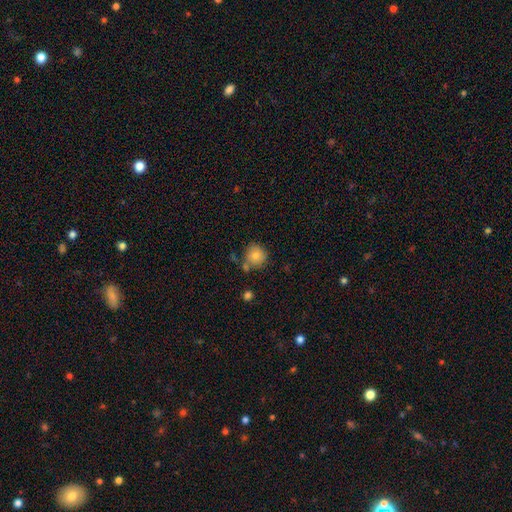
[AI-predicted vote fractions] A smooth galaxy with no disk features (80%) that is round (87%).

Vote fractions:
- Smooth or featured? smooth: 80% / featured or disk: 11% / star or artifact: 9%
- How rounded? round: 87% / in between: 13% / cigar-shaped: 1%
- Merging? none: 65% / minor disturbance: 18% / merger: 13% / major disturbance: 5%